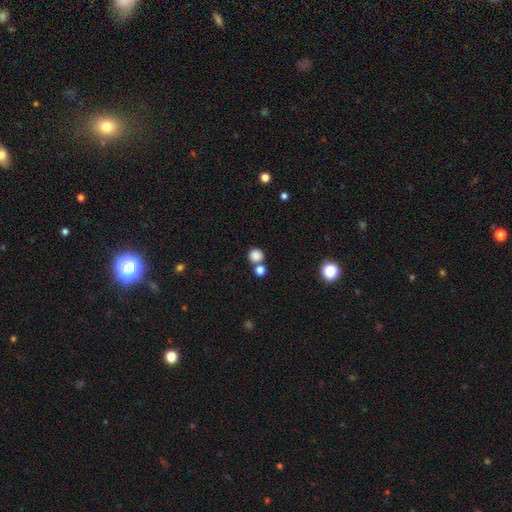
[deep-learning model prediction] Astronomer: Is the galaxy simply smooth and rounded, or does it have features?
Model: smooth — 84%.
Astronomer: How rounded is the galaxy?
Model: round — 88%.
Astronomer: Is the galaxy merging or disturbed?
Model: none — 62%.